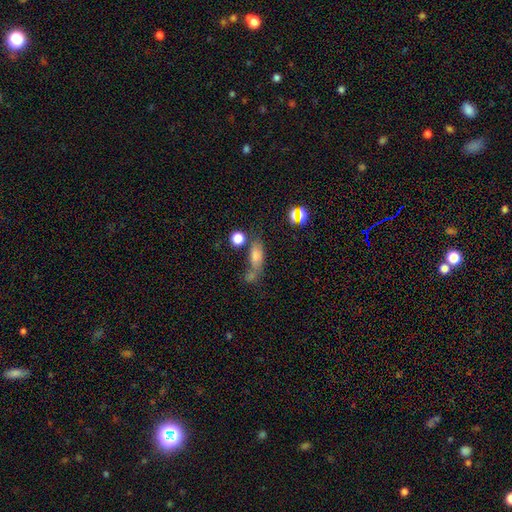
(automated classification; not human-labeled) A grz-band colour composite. It shows a smooth galaxy with no disk features (61%) that is in between round and cigar-shaped (62%). Merging: none (38%).